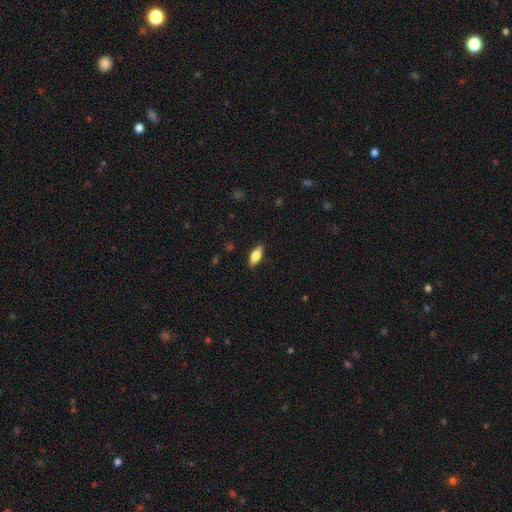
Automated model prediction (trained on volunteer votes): Smooth or featured: smooth — 68% (featured or disk — 26%)
How rounded: in between — 75% (cigar-shaped — 22%)
Merging: none — 88% (minor disturbance — 9%)